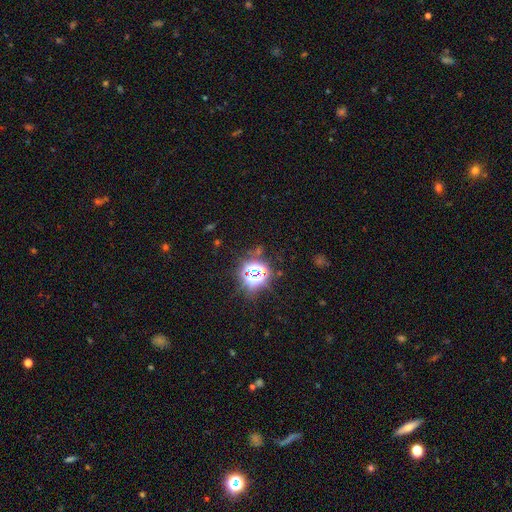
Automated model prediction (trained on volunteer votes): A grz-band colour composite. It shows a star or artifact, not a galaxy (76%).